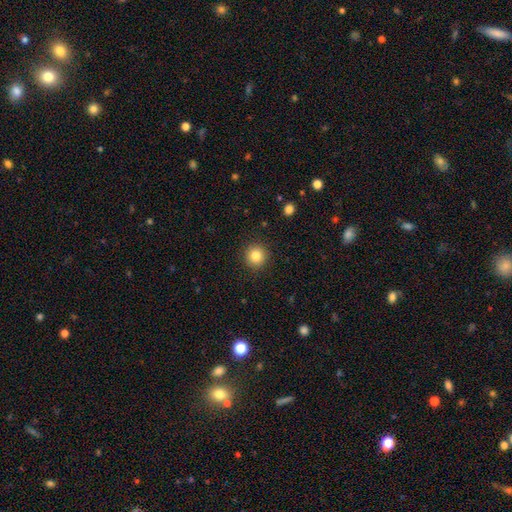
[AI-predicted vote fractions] smooth 83%, star or artifact 11%, featured or disk 6%. Down the decision tree: how rounded — round (94%); merging — none (91%).